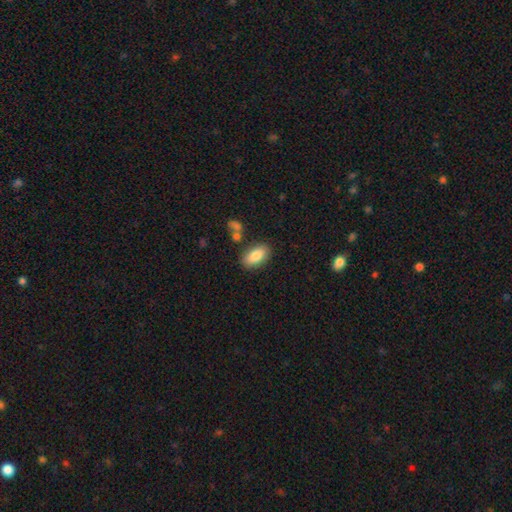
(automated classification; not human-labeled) smooth-or-featured: smooth: 83% | featured or disk: 10% | star or artifact: 7%
  how-rounded: in between: 92% | round: 4% | cigar-shaped: 4%
  merging: none: 81% | minor disturbance: 11% | merger: 5% | major disturbance: 3%